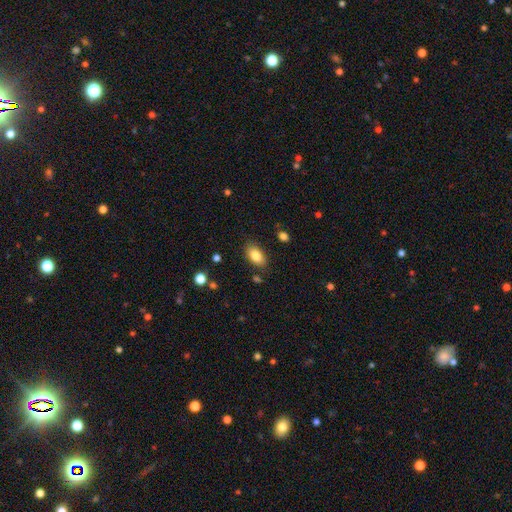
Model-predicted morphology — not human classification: smooth 84%, featured or disk 8%, star or artifact 8%. Down the decision tree: how rounded — in between (91%); merging — none (82%).